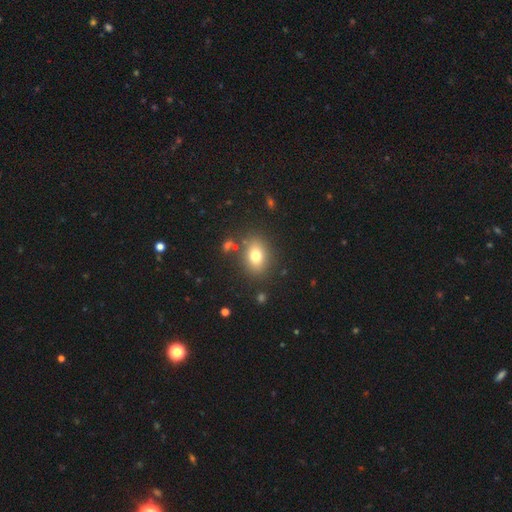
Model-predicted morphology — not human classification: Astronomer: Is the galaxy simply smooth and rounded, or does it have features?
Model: smooth — 76%.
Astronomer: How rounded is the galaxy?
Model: in between — 66%.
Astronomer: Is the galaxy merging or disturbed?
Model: none — 82%.